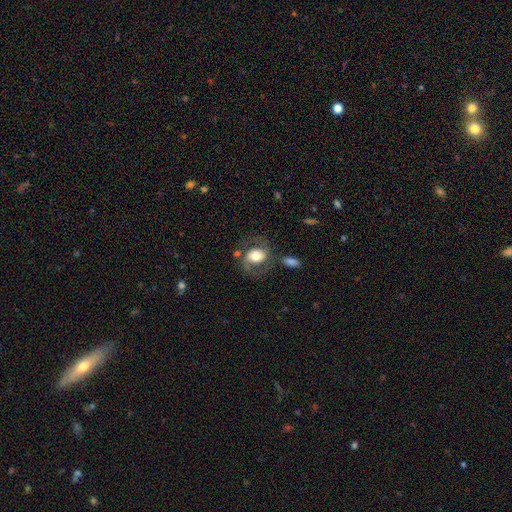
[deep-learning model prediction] A featured or disk galaxy (60%) with no bar (50%), spiral arms (78%) and a moderate central bulge (56%). Merging: none (62%).